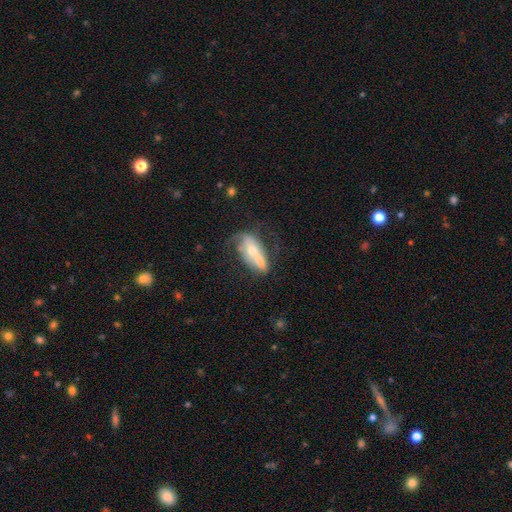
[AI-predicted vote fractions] The model was most divided on "merging": none: 38%, minor disturbance: 24%, merger: 21%, major disturbance: 18%. More confident: edge-on disk — no (78%); smooth or featured — featured or disk (56%).